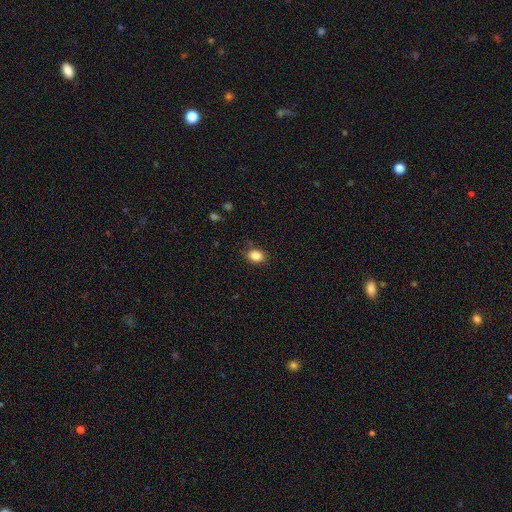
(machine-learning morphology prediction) Smooth or featured?
  - smooth: 85% *
  - star or artifact: 10%
  - featured or disk: 5%
How rounded?
  - in between: 63% *
  - round: 36%
  - cigar-shaped: 1%
Merging?
  - none: 84% *
  - minor disturbance: 12%
  - major disturbance: 3%
  - merger: 1%